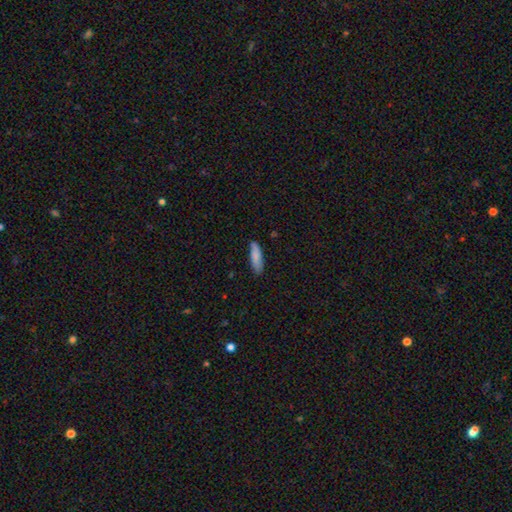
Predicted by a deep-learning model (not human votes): smooth 84%, featured or disk 10%, star or artifact 6%. Down the decision tree: how rounded — cigar-shaped (59%); merging — none (78%).